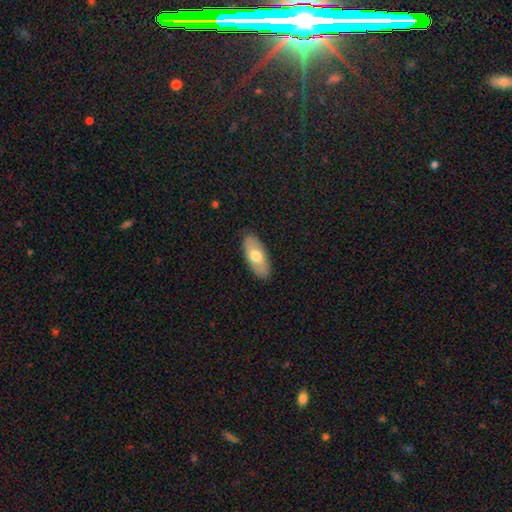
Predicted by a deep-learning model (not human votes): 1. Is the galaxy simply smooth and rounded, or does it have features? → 64% smooth, 30% featured or disk, 6% star or artifact.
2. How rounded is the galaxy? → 88% in between, 9% cigar-shaped, 3% round.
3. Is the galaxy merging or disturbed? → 88% none, 9% minor disturbance, 2% major disturbance, 1% merger.